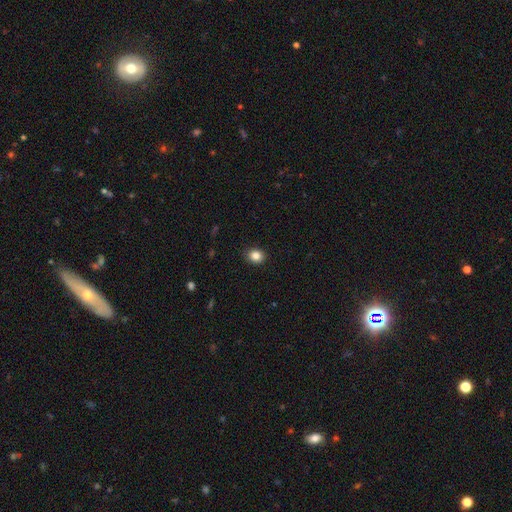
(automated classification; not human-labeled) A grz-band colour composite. It shows a smooth galaxy with no disk features (86%) that is round (62%). Merging: none (90%).